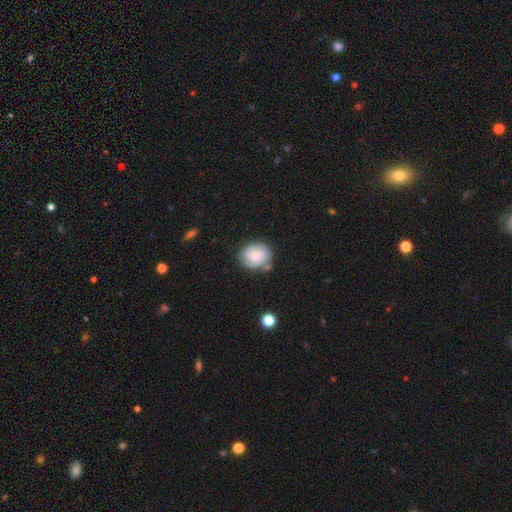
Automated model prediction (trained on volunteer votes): smooth-or-featured: smooth: 49% | featured or disk: 43% | star or artifact: 8%
  merging: none: 66% | minor disturbance: 21% | major disturbance: 6% | merger: 6%